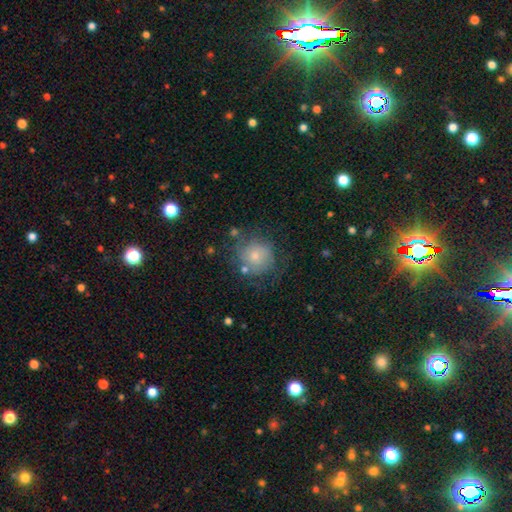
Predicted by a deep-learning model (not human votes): Smooth or featured: smooth — 64% (featured or disk — 26%)
How rounded: round — 88% (in between — 11%)
Merging: none — 59% (minor disturbance — 22%)